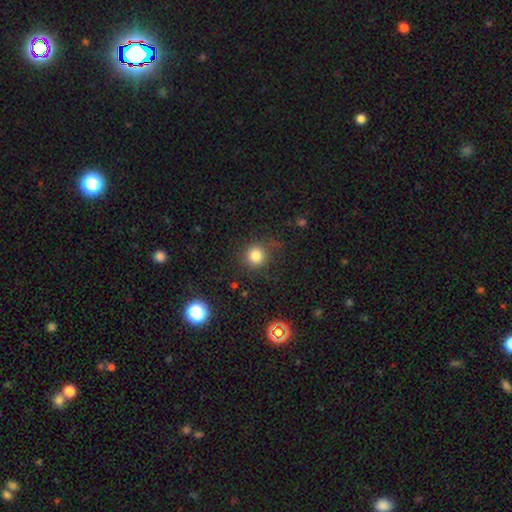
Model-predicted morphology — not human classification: A smooth galaxy with no disk features (81%) that is round (91%). Merging: none (82%).